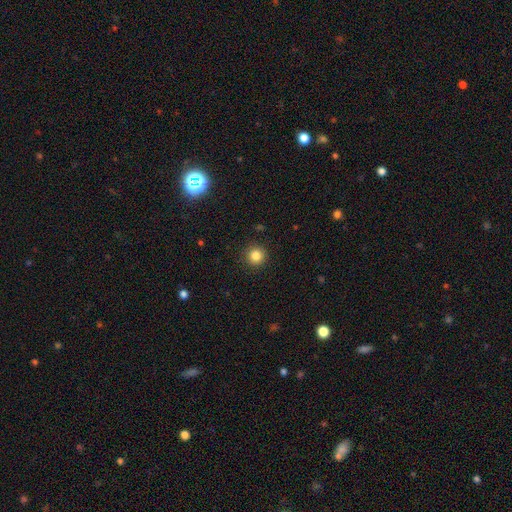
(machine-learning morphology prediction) Smooth or featured? smooth (84%)
How rounded? round (95%)
Merging? none (91%)